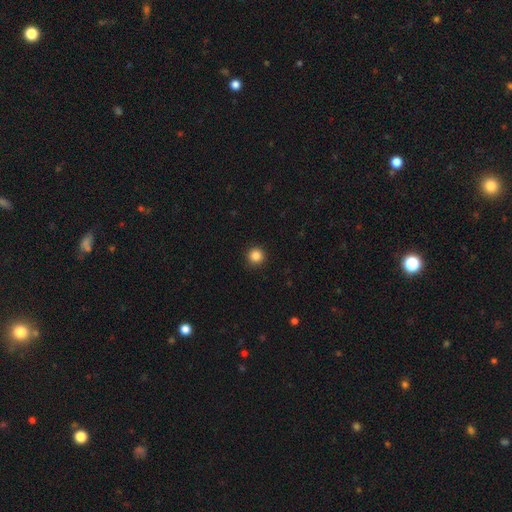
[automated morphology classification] Q: Smooth or featured?
A: smooth (86%); runner-up: star or artifact (11%)
Q: How rounded?
A: round (96%); runner-up: in between (3%)
Q: Merging?
A: none (92%); runner-up: minor disturbance (5%)